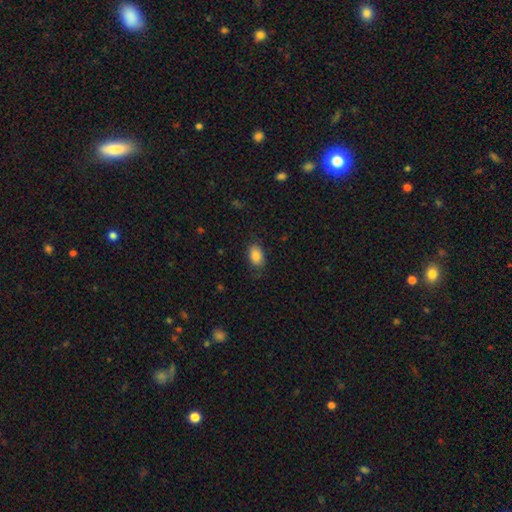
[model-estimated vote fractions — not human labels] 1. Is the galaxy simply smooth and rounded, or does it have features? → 85% smooth, 8% star or artifact, 7% featured or disk.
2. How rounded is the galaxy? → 90% in between, 9% round, 1% cigar-shaped.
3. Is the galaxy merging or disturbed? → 80% none, 16% minor disturbance, 4% major disturbance, 1% merger.